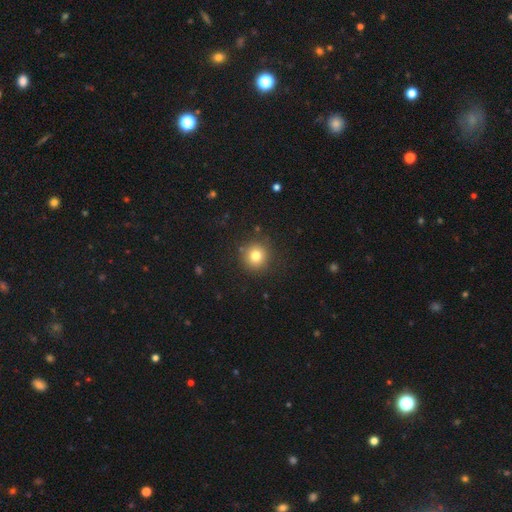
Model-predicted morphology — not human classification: A smooth galaxy with no disk features (79%) that is round (94%).

Vote fractions:
- Smooth or featured? smooth: 79% / star or artifact: 13% / featured or disk: 9%
- How rounded? round: 94% / in between: 5% / cigar-shaped: 1%
- Merging? none: 88% / minor disturbance: 7% / major disturbance: 3% / merger: 2%